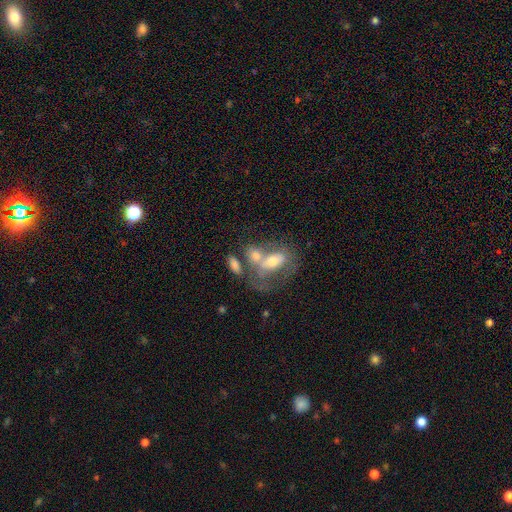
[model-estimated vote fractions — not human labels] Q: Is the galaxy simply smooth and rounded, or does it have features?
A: smooth — 51%.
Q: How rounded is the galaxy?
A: in between — 80%.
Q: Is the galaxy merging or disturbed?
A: merger — 52%.